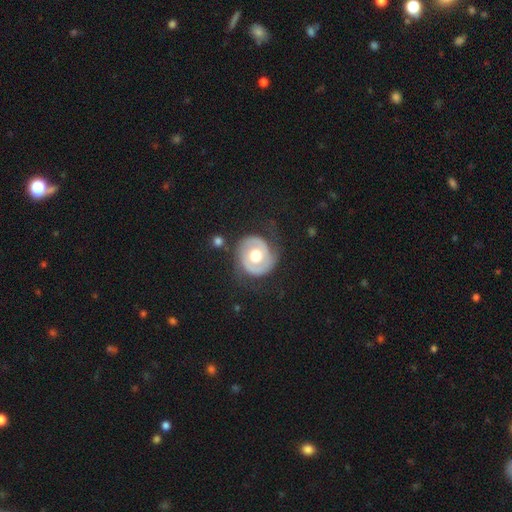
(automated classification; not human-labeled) smooth_or_featured: featured or disk (p=0.70) [alt: smooth p=0.25]
disk_edge_on: no (p=0.97) [alt: yes p=0.03]
bar: no (p=0.73) [alt: weak p=0.21]
has_spiral_arms: yes (p=0.72) [alt: no p=0.28]
bulge_size: moderate (p=0.65) [alt: large p=0.28]
merging: none (p=0.71) [alt: minor disturbance p=0.17]